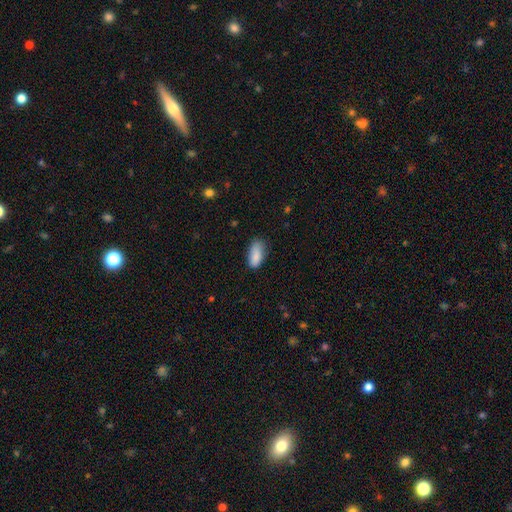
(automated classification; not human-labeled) The model was most divided on "merging": none: 66%, minor disturbance: 26%, major disturbance: 5%, merger: 2%. More confident: how rounded — in between (88%); smooth or featured — smooth (87%).